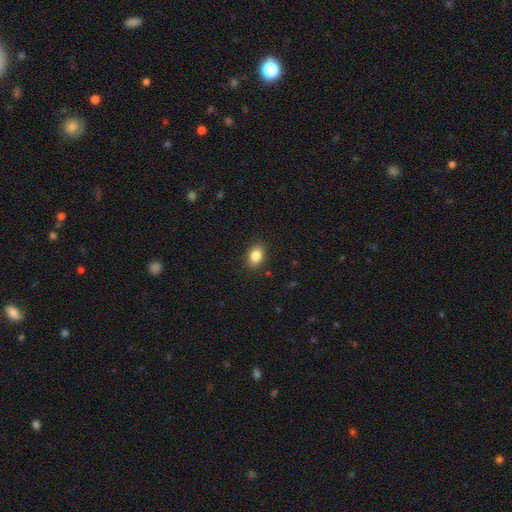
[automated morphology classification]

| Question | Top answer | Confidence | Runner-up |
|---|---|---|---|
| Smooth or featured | smooth | 85% | star or artifact (9%) |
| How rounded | in between | 72% | round (26%) |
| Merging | none | 88% | minor disturbance (8%) |